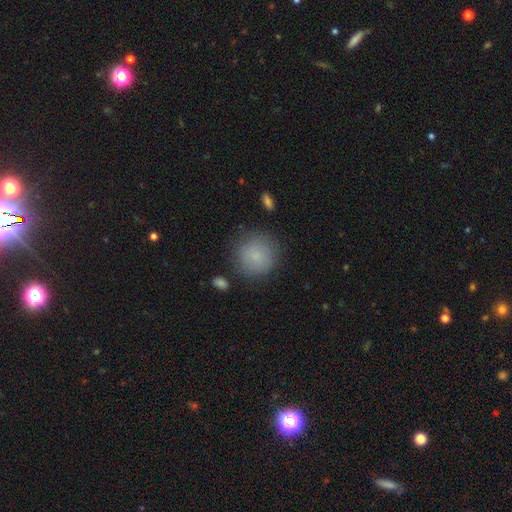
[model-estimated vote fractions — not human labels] Overall: smooth (83%). How rounded: round (93%). Merging: none (83%).